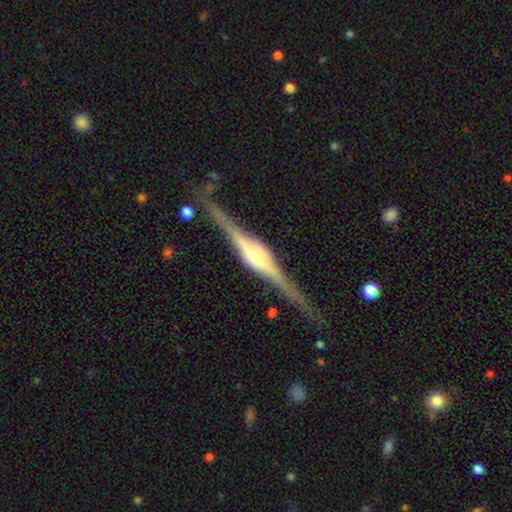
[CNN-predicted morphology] type=featured or disk (88%); edge-on=yes (98%); edge-on bulge=rounded (81%); merging=none (82%).